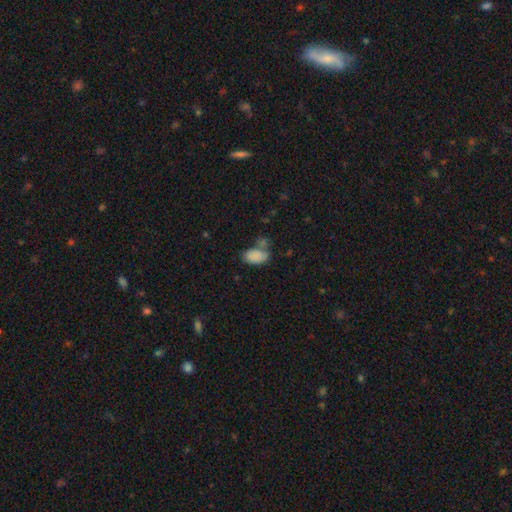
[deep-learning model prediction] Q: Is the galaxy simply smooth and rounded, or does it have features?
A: smooth — 84%.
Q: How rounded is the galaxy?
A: in between — 92%.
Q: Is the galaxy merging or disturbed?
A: none — 49%.